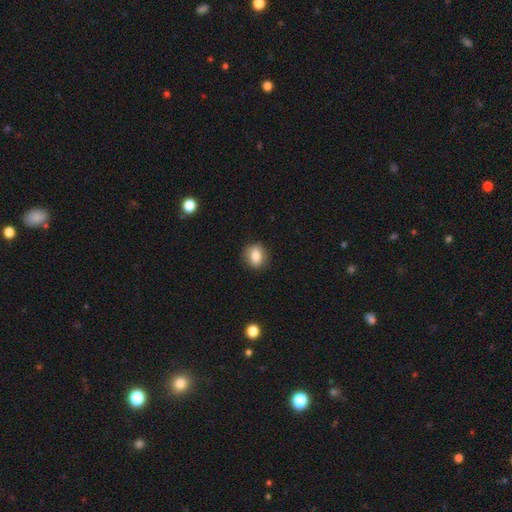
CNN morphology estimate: Smooth or featured? Predicted: smooth (p=0.81). How rounded? Predicted: round (p=0.50). Merging? Predicted: none (p=0.86).